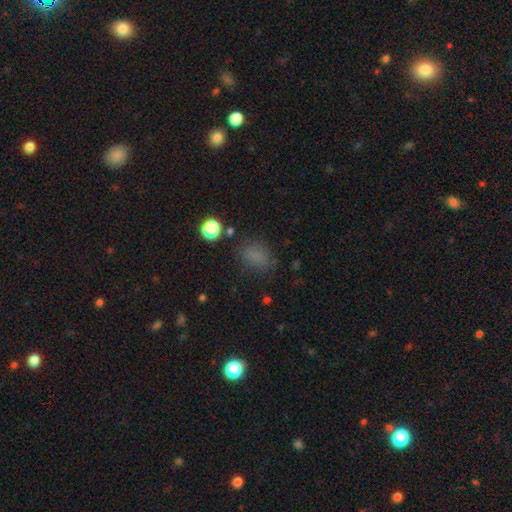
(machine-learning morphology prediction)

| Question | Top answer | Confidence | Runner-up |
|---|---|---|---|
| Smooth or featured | smooth | 74% | star or artifact (20%) |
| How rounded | in between | 67% | round (31%) |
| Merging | none | 75% | minor disturbance (16%) |